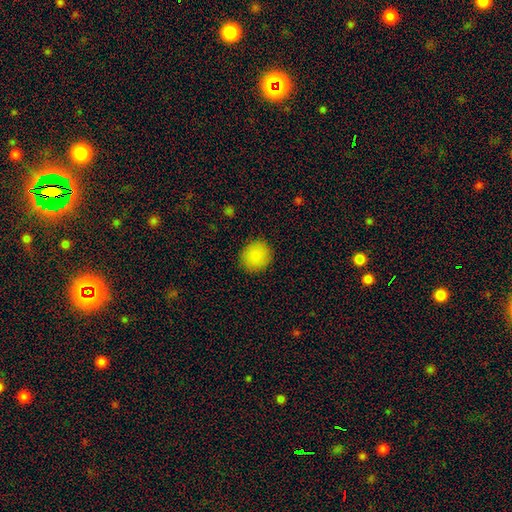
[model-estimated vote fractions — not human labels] This appears to be a smooth galaxy with no disk features (87%) that is round (83%). Merging: none (90%).